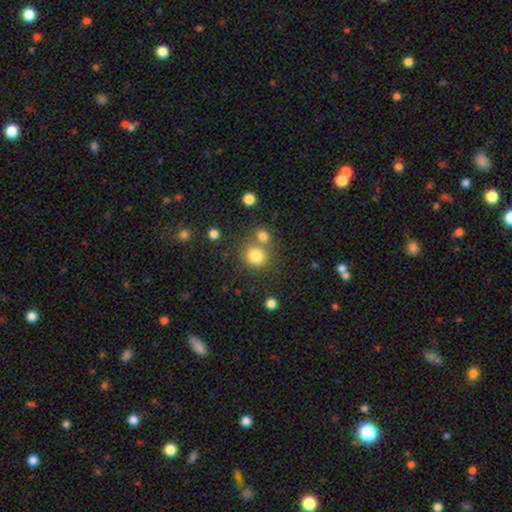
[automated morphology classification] The model was most divided on "merging": none: 62%, merger: 25%, minor disturbance: 9%, major disturbance: 4%. More confident: how rounded — round (86%); smooth or featured — smooth (80%).